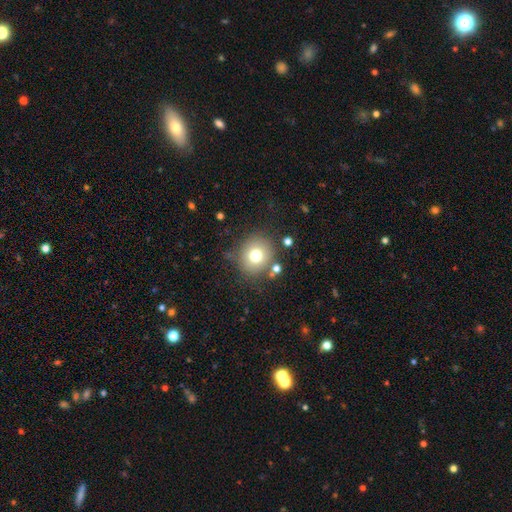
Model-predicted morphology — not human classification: Smooth or featured? Predicted: smooth (p=0.74). How rounded? Predicted: round (p=0.87). Merging? Predicted: none (p=0.79).